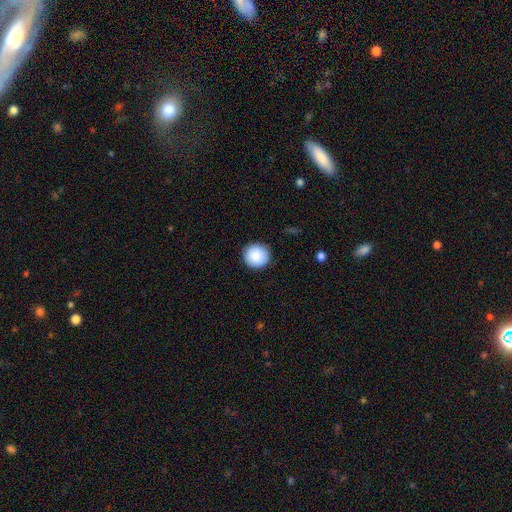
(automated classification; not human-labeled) Smooth or featured? Predicted: smooth (p=0.89). How rounded? Predicted: round (p=0.94). Merging? Predicted: none (p=0.91).